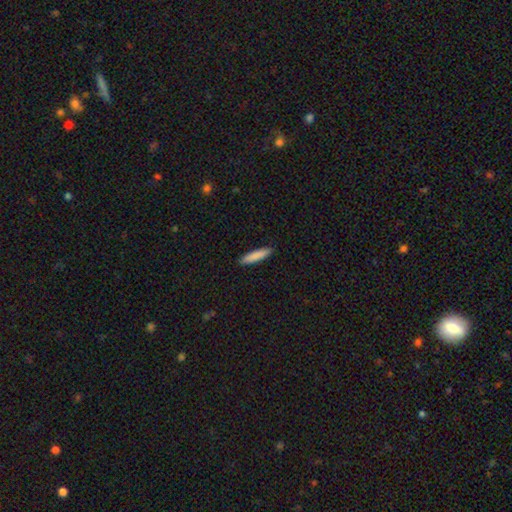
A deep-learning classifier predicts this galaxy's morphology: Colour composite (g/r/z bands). It shows a smooth galaxy with no disk features (86%) that is cigar-shaped (84%). Merging: none (91%).